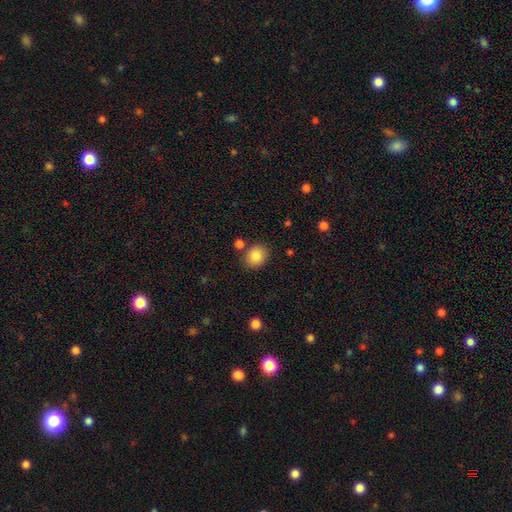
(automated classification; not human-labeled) Smooth or featured?
  - smooth: 85% *
  - star or artifact: 9%
  - featured or disk: 6%
How rounded?
  - round: 65% *
  - in between: 34%
  - cigar-shaped: 1%
Merging?
  - none: 81% *
  - minor disturbance: 10%
  - merger: 6%
  - major disturbance: 3%